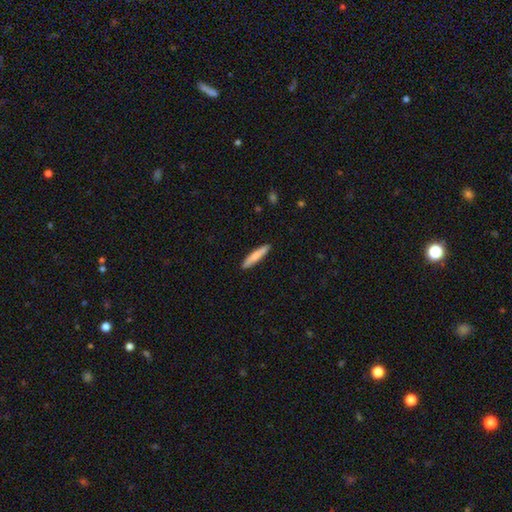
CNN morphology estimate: This is likely a smooth galaxy (75%). How rounded: clearly cigar-shaped (91%). Merging: clearly none (90%).